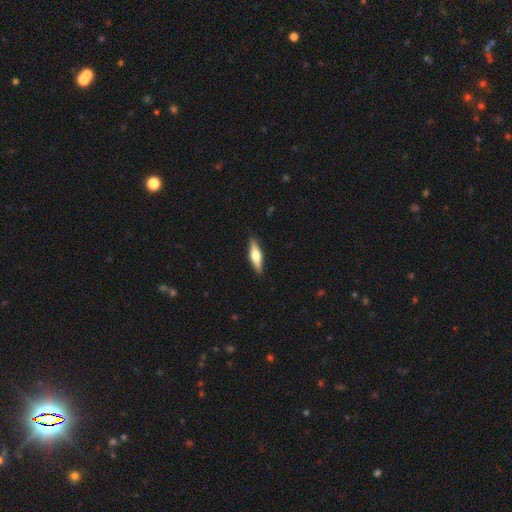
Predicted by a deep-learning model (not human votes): Smooth or featured? featured or disk (51%)
Edge-on disk? yes (94%)
Merging? none (89%)